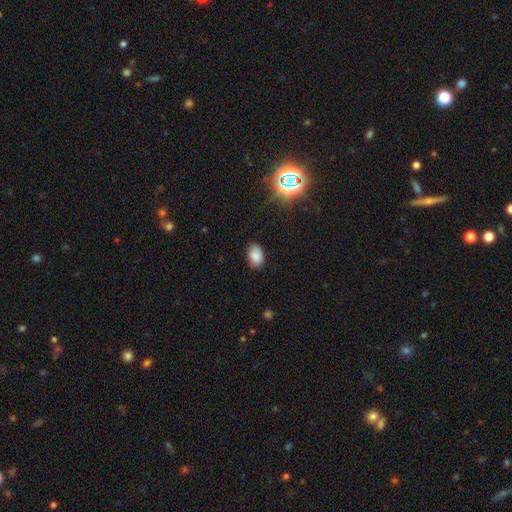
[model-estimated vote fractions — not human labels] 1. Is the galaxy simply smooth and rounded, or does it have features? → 85% smooth, 10% star or artifact, 4% featured or disk.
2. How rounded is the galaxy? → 87% in between, 12% round, 1% cigar-shaped.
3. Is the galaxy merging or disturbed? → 82% none, 14% minor disturbance, 3% major disturbance, 1% merger.